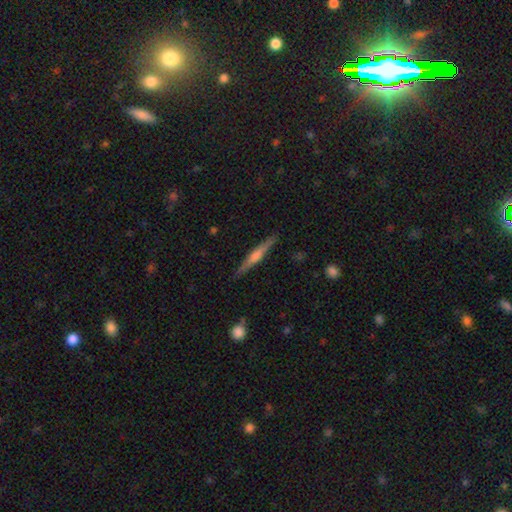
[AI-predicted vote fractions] A featured or disk galaxy (67%) viewed edge-on (98%) with a rounded central bulge (79%).

Vote fractions:
- Smooth or featured? featured or disk: 67% / smooth: 27% / star or artifact: 6%
- Edge-on disk? yes: 98% / no: 2%
- Edge-on bulge? rounded: 79% / boxy: 11% / none: 10%
- Merging? none: 89% / minor disturbance: 8% / major disturbance: 2% / merger: 1%